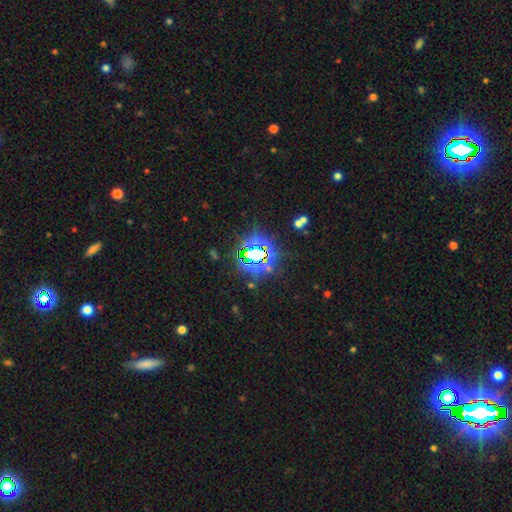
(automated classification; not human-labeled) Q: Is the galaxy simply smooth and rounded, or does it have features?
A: star or artifact — 78%.